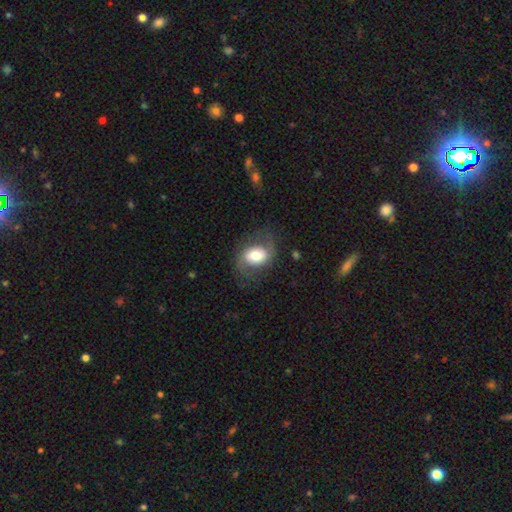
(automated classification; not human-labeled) This is possibly a featured or disk galaxy (55%). It is clearly not viewed edge-on (96%). Bar: possibly no (52%). Spiral arm pattern: clearly yes (81%). Central bulge: possibly moderate (50%). Merging: likely none (68%).